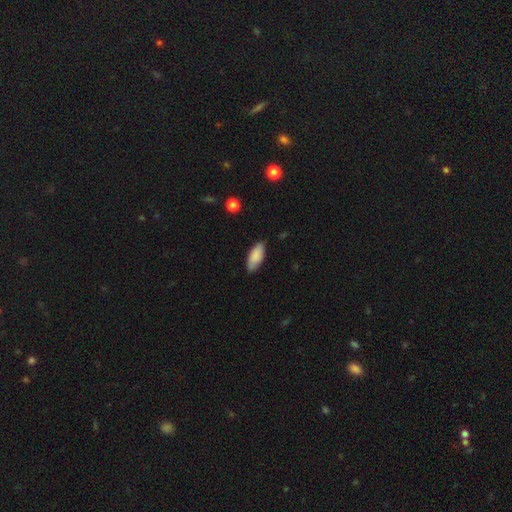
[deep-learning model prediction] The model was most divided on "merging": none: 80%, minor disturbance: 17%, major disturbance: 3%, merger: 1%. More confident: how rounded — in between (86%); smooth or featured — smooth (86%).